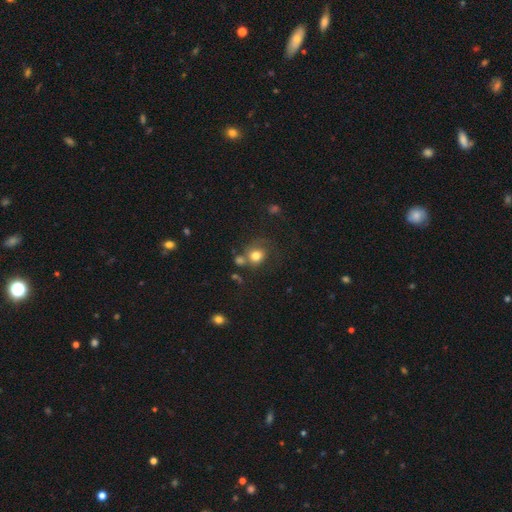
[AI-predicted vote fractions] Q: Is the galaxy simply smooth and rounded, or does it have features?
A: smooth — 77%.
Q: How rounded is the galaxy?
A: round — 74%.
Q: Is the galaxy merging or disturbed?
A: none — 50%.